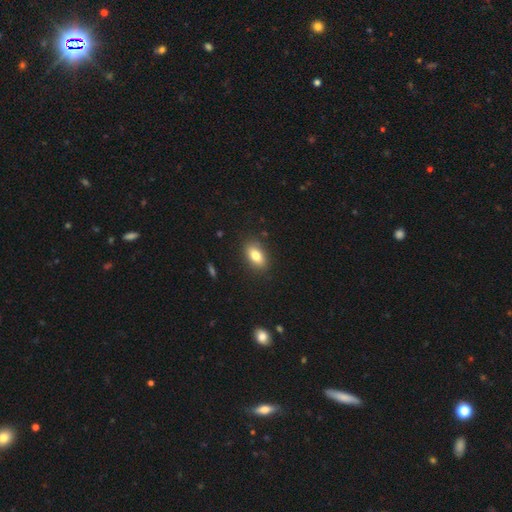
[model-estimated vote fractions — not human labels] Q: Smooth or featured?
A: smooth (80%); runner-up: featured or disk (11%)
Q: How rounded?
A: in between (87%); runner-up: round (9%)
Q: Merging?
A: none (86%); runner-up: minor disturbance (10%)